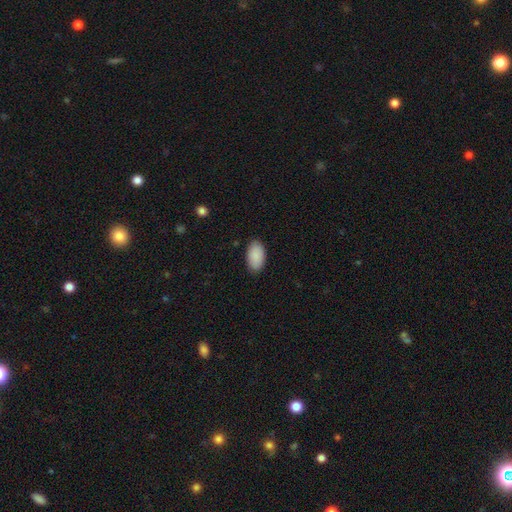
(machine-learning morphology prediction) The model was most divided on "merging": none: 87%, minor disturbance: 10%, major disturbance: 2%, merger: 1%. More confident: how rounded — in between (95%); smooth or featured — smooth (90%).